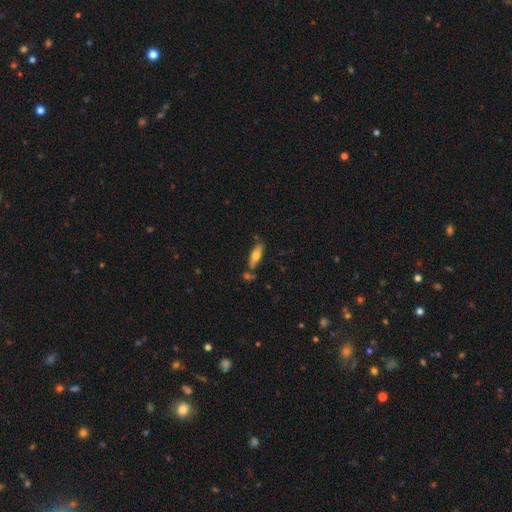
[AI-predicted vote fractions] The model was most divided on "how rounded": in between: 64%, cigar-shaped: 33%, round: 2%. More confident: smooth or featured — smooth (66%); merging — none (65%).